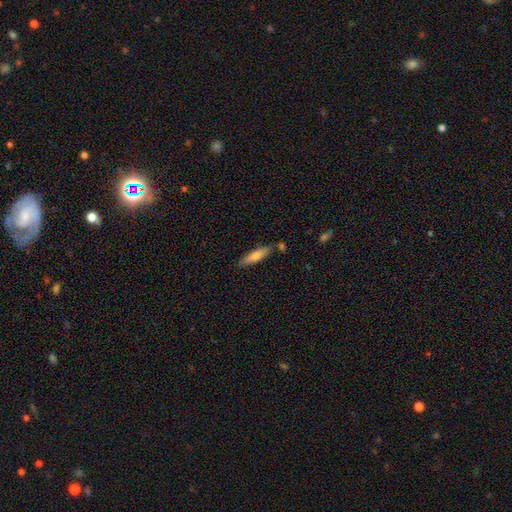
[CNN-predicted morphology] type=smooth (69%); roundness=cigar-shaped (77%); merging=none (76%).